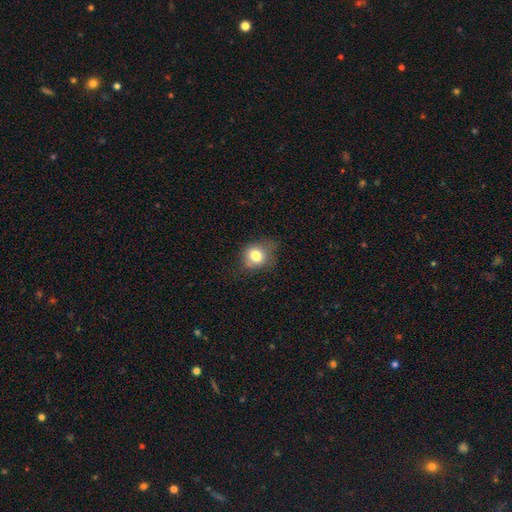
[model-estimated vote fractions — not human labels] Morphology: type=smooth (77%); roundness=round (70%); merging=none (55%).